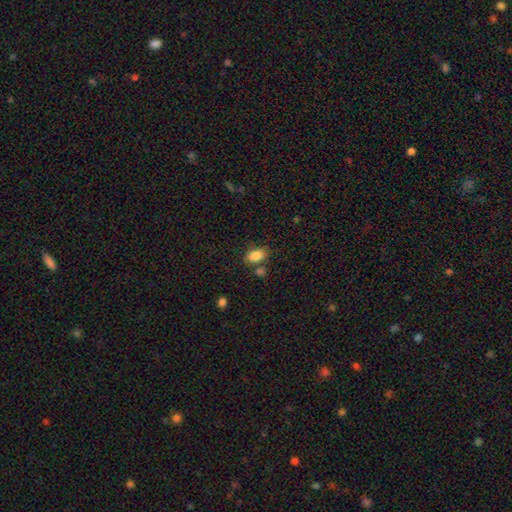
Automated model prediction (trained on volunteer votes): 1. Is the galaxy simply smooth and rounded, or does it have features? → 85% smooth, 8% star or artifact, 6% featured or disk.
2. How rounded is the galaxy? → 88% in between, 10% round, 2% cigar-shaped.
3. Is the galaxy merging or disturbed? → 72% none, 13% minor disturbance, 11% merger, 4% major disturbance.